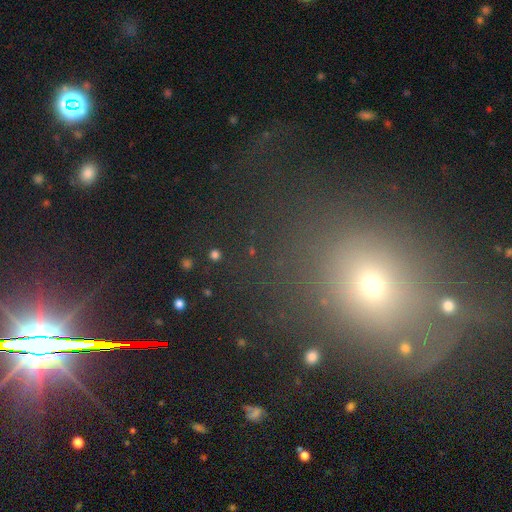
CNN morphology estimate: This is marginally a star or artifact rather than a galaxy (43%).